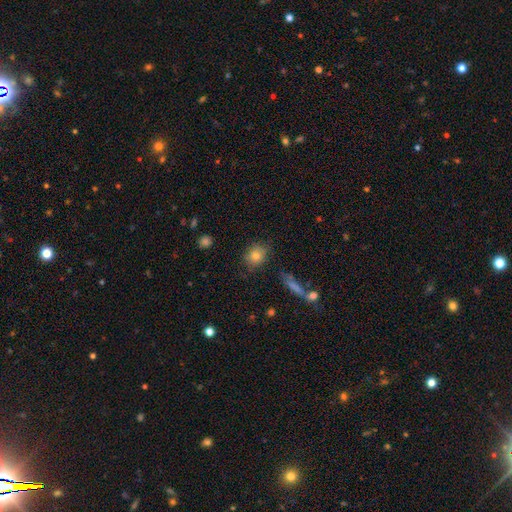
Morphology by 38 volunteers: This is clearly a smooth galaxy (82%). How rounded: likely round (74%). Merging: clearly none (83%).